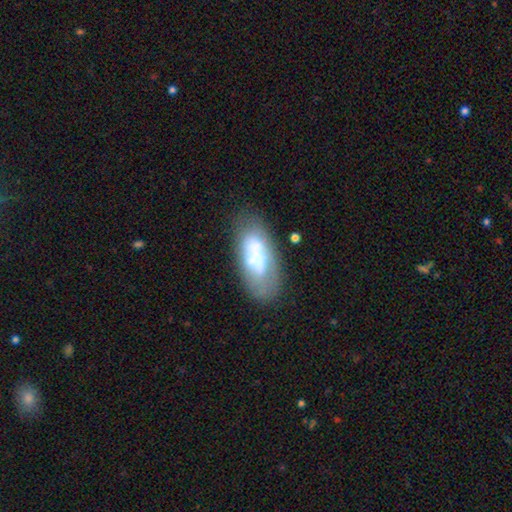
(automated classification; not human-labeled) Smooth or featured: smooth — 55% (featured or disk — 37%)
How rounded: in between — 87% (cigar-shaped — 10%)
Merging: none — 55% (minor disturbance — 23%)